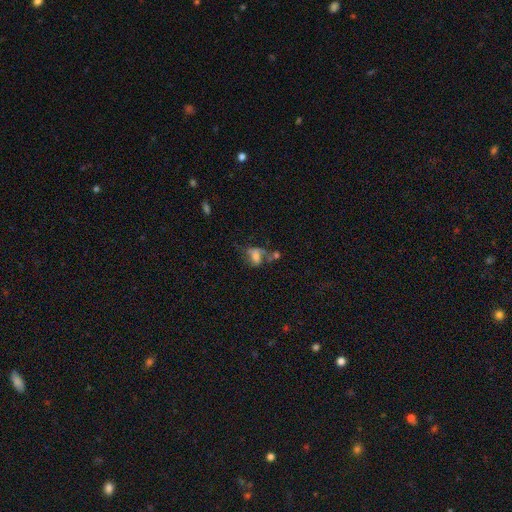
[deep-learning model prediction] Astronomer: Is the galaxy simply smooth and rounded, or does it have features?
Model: smooth — 45% (runner-up: featured or disk, 41%).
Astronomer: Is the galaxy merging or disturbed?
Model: none — 31% (runner-up: major disturbance, 25%).